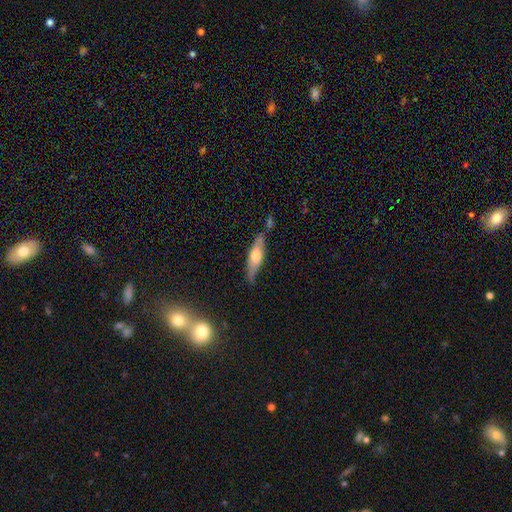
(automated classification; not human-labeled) Q: Smooth or featured?
A: smooth (48%); runner-up: featured or disk (46%)
Q: Merging?
A: none (71%); runner-up: minor disturbance (19%)